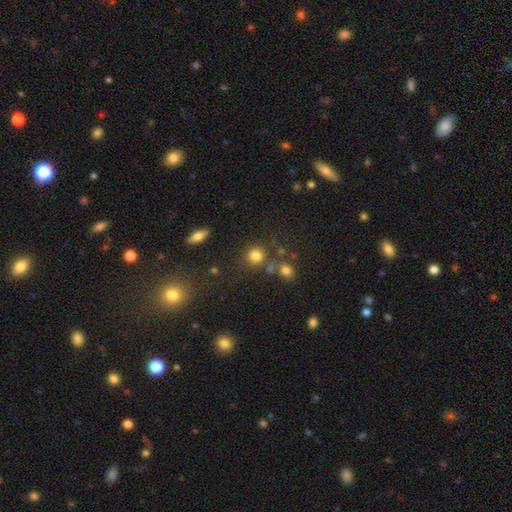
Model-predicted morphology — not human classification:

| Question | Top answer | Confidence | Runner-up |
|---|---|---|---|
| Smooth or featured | smooth | 80% | star or artifact (13%) |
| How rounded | round | 87% | in between (11%) |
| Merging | none | 73% | merger (12%) |